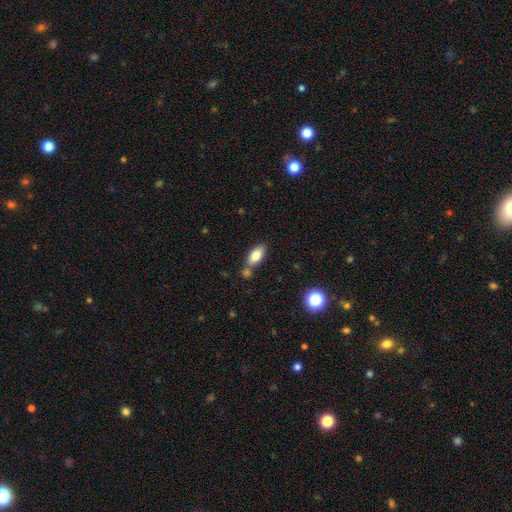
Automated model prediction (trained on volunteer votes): This appears to be a smooth galaxy with no disk features (81%) that is in between round and cigar-shaped (87%). Merging: none (63%).